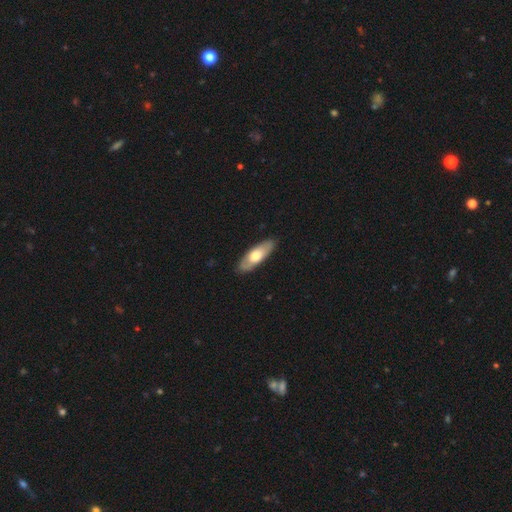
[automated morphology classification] Smooth or featured? Predicted: smooth (p=0.59). How rounded? Predicted: in between (p=0.64). Merging? Predicted: none (p=0.86).